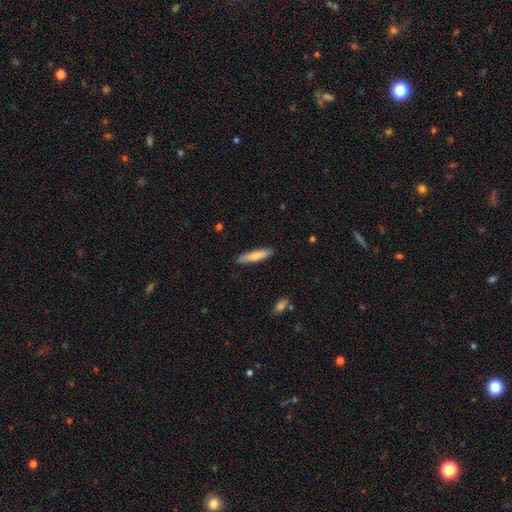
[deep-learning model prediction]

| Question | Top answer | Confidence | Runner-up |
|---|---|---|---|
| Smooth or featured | smooth | 76% | featured or disk (18%) |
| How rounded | cigar-shaped | 82% | in between (16%) |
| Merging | none | 88% | minor disturbance (9%) |